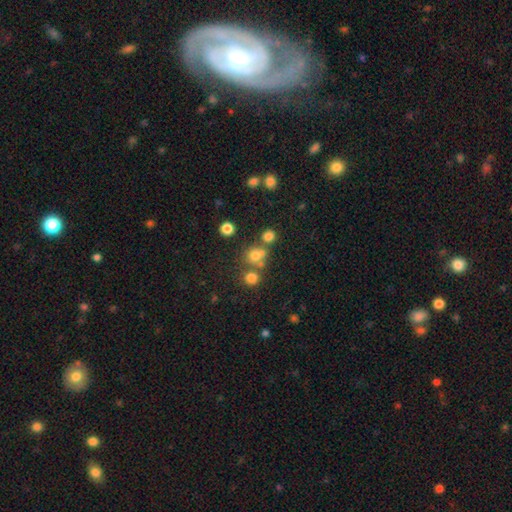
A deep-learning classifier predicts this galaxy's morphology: Smooth or featured?
  - smooth: 68% *
  - star or artifact: 21%
  - featured or disk: 11%
How rounded?
  - round: 86% *
  - in between: 13%
  - cigar-shaped: 1%
Merging?
  - none: 57% *
  - merger: 30%
  - minor disturbance: 9%
  - major disturbance: 4%